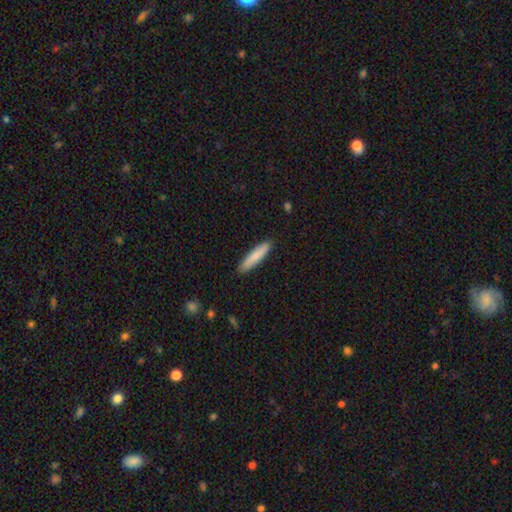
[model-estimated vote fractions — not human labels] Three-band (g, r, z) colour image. It shows a smooth galaxy with no disk features (85%) that is cigar-shaped (86%). Merging: none (91%).